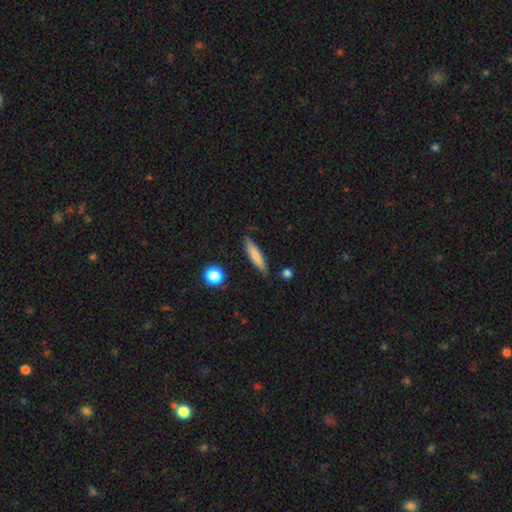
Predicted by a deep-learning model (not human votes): smooth_or_featured: smooth (p=0.73) [alt: featured or disk p=0.20]
how_rounded: cigar-shaped (p=0.83) [alt: in between p=0.16]
merging: none (p=0.82) [alt: minor disturbance p=0.13]